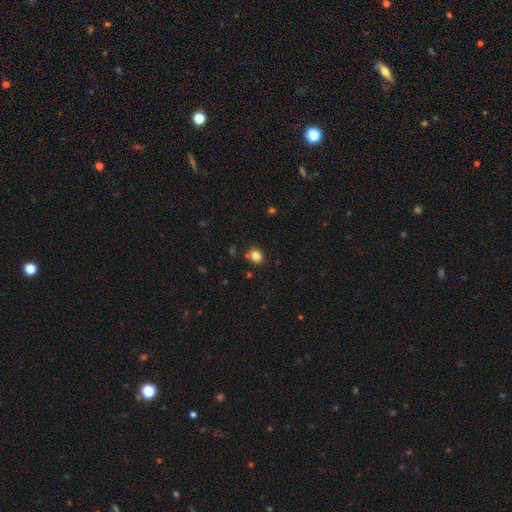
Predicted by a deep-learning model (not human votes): A smooth galaxy with no disk features (83%) that is round (62%).

Vote fractions:
- Smooth or featured? smooth: 83% / star or artifact: 12% / featured or disk: 5%
- How rounded? round: 62% / in between: 37% / cigar-shaped: 1%
- Merging? none: 81% / minor disturbance: 11% / merger: 5% / major disturbance: 3%